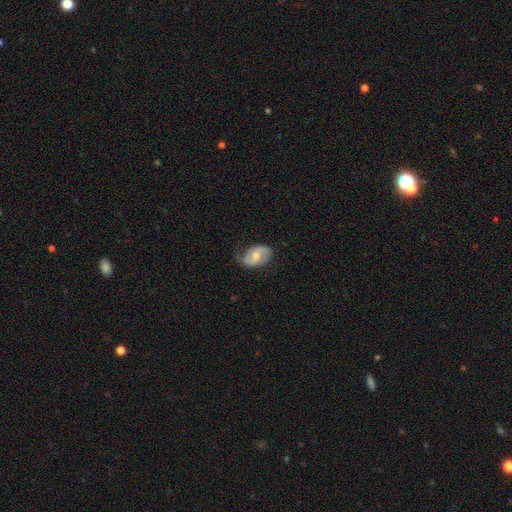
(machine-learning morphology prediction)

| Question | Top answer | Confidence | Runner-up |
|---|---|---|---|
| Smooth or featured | featured or disk | 57% | smooth (37%) |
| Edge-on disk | no | 96% | yes (4%) |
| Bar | no | 55% | weak (35%) |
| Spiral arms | yes | 80% | no (20%) |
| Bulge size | moderate | 66% | small (29%) |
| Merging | none | 66% | minor disturbance (26%) |